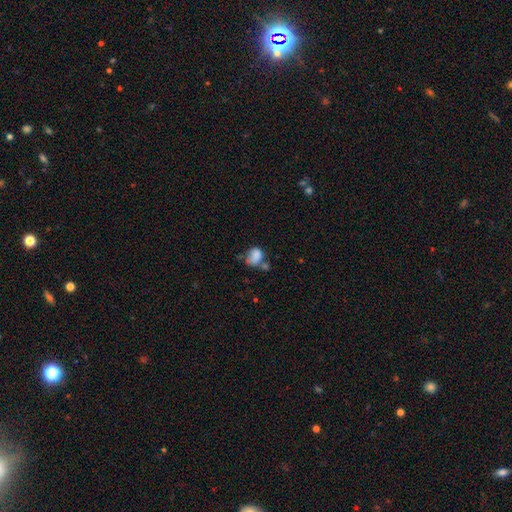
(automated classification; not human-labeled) This appears to be a smooth galaxy with no disk features (75%) that is in between round and cigar-shaped (59%). Merging: none (29%, tied with merger).